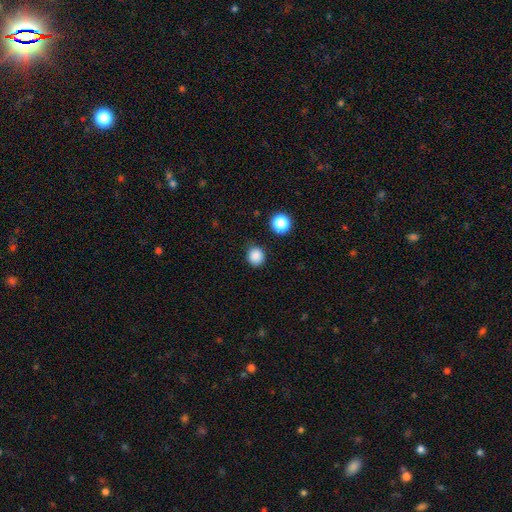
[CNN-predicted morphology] This is clearly a smooth galaxy (86%). How rounded: clearly round (86%). Merging: clearly none (86%).